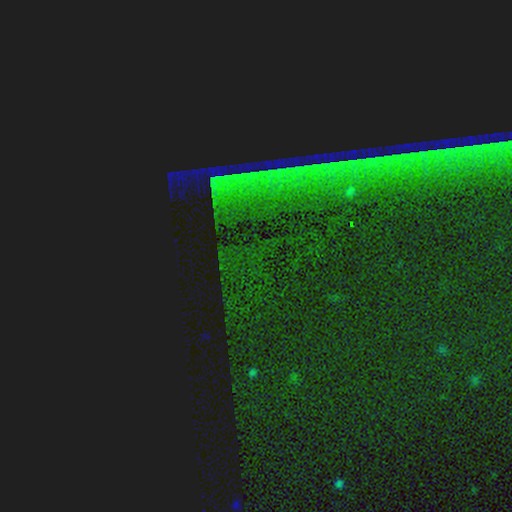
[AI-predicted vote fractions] Smooth or featured?
  - star or artifact: 87% *
  - smooth: 6%
  - featured or disk: 6%